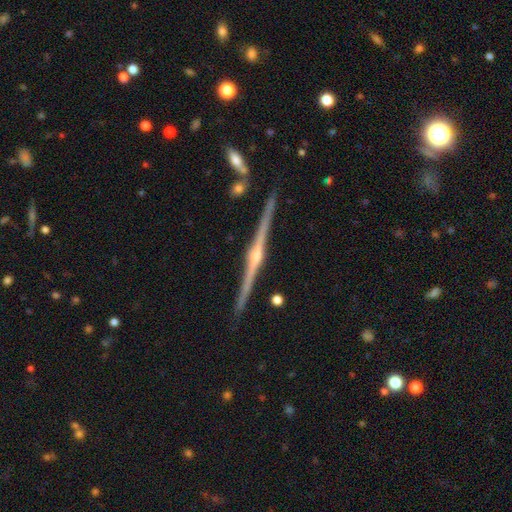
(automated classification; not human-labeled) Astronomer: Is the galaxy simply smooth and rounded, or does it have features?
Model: featured or disk — 90%.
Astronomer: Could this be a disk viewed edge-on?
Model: yes — 99%.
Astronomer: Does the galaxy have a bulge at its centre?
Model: rounded — 90%.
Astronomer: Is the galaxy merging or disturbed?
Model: none — 91%.